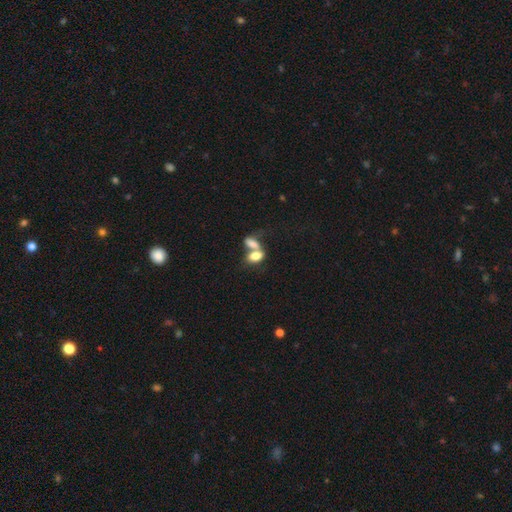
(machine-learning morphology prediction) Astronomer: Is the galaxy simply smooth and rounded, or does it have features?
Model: smooth — 75%.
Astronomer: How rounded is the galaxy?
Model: in between — 87%.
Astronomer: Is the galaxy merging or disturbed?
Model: merger — 66%.